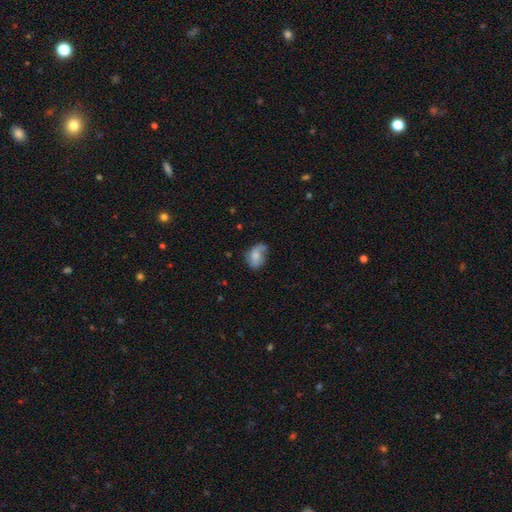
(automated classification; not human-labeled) Smooth or featured?
  - smooth: 50% *
  - featured or disk: 41%
  - star or artifact: 9%
How rounded?
  - in between: 72% *
  - round: 26%
  - cigar-shaped: 2%
Merging?
  - none: 44% *
  - minor disturbance: 32%
  - major disturbance: 19%
  - merger: 4%